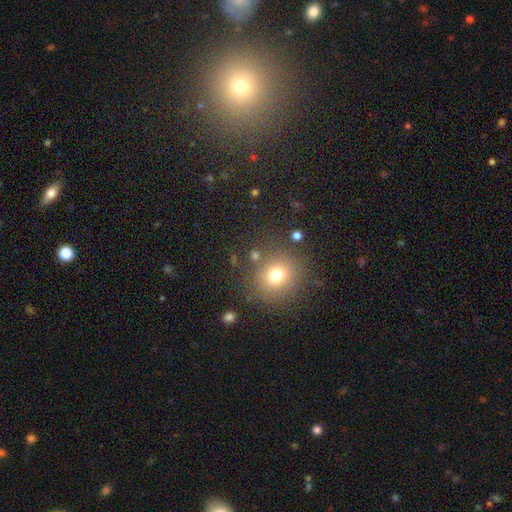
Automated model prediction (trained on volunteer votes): Morphology: type=smooth (69%); roundness=round (88%); merging=none (84%).